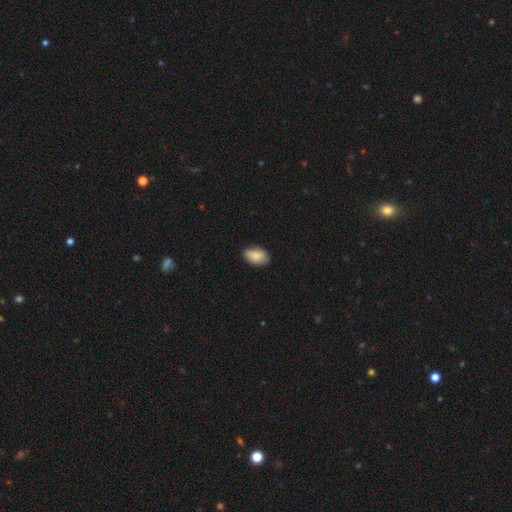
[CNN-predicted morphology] smooth_or_featured: smooth (p=0.83) [alt: featured or disk p=0.10]
how_rounded: in between (p=0.90) [alt: round p=0.08]
merging: none (p=0.79) [alt: minor disturbance p=0.17]